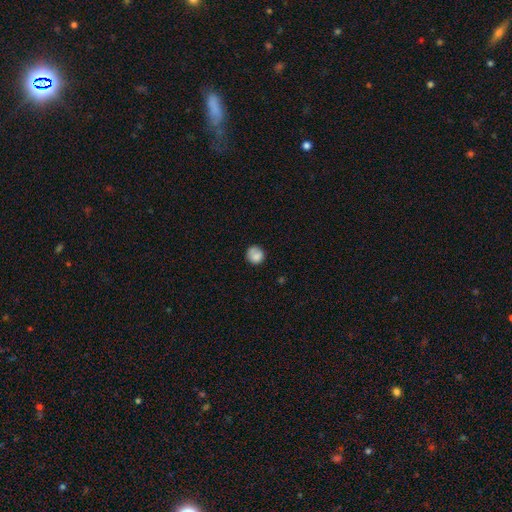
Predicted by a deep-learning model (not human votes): smooth-or-featured: smooth: 82% | featured or disk: 9% | star or artifact: 9%
  how-rounded: round: 88% | in between: 11% | cigar-shaped: 1%
  merging: none: 74% | minor disturbance: 19% | major disturbance: 5% | merger: 2%